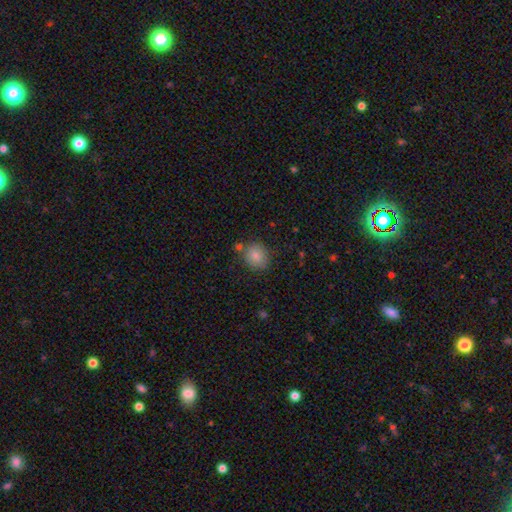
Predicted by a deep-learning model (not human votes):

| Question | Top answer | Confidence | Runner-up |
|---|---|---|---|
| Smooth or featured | smooth | 84% | star or artifact (9%) |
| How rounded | round | 72% | in between (27%) |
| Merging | none | 75% | minor disturbance (13%) |